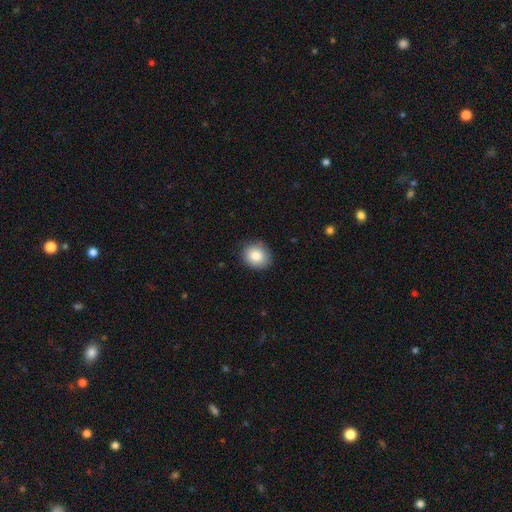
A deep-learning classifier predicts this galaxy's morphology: The model was most divided on "how rounded": round: 74%, in between: 25%, cigar-shaped: 1%. More confident: merging — none (86%); smooth or featured — smooth (85%).